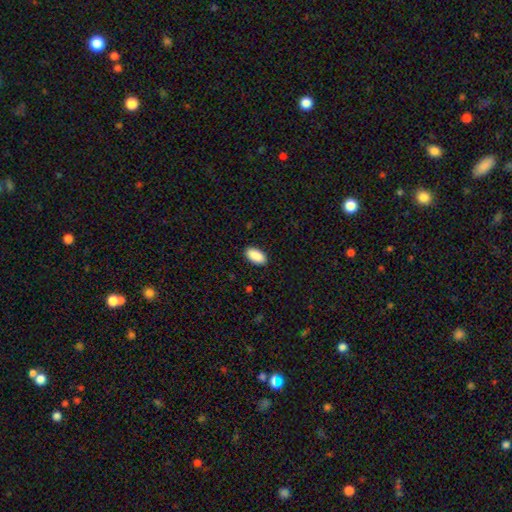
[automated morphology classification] smooth_or_featured: smooth (p=0.91) [alt: star or artifact p=0.06]
how_rounded: in between (p=0.95) [alt: round p=0.03]
merging: none (p=0.90) [alt: minor disturbance p=0.08]